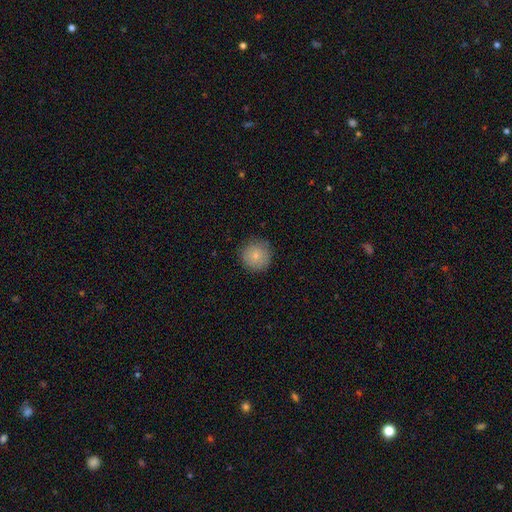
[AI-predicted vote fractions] This appears to be a smooth galaxy with no disk features (81%) that is round (94%). Merging: none (85%).